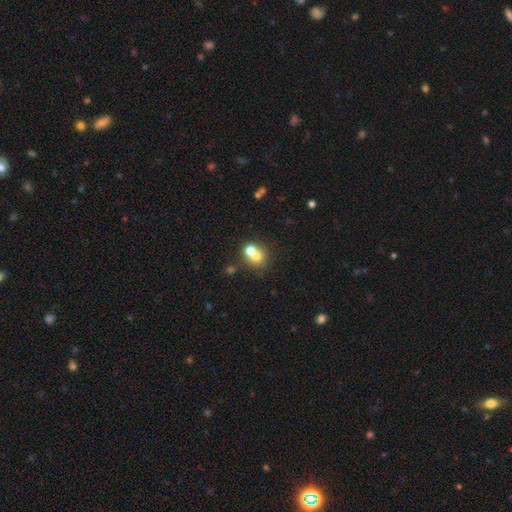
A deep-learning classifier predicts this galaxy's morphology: Overall: smooth (66%). How rounded: round (78%). Merging: merger (53%; none 37%).